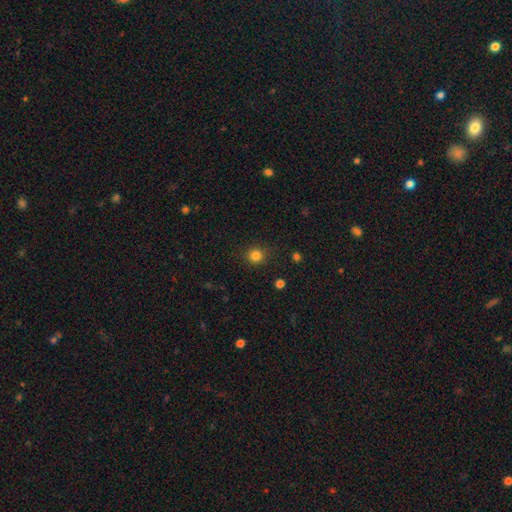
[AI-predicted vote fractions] smooth_or_featured: smooth (p=0.82) [alt: star or artifact p=0.13]
how_rounded: round (p=0.89) [alt: in between p=0.10]
merging: none (p=0.87) [alt: minor disturbance p=0.09]